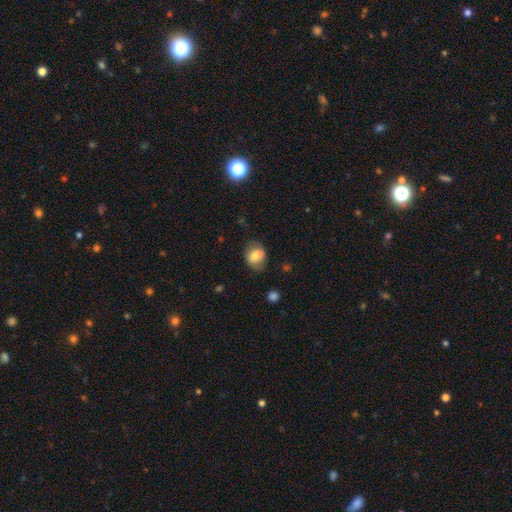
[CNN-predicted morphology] The model was most divided on "how rounded": in between: 52%, round: 47%, cigar-shaped: 1%. More confident: smooth or featured — smooth (73%); merging — none (50%).